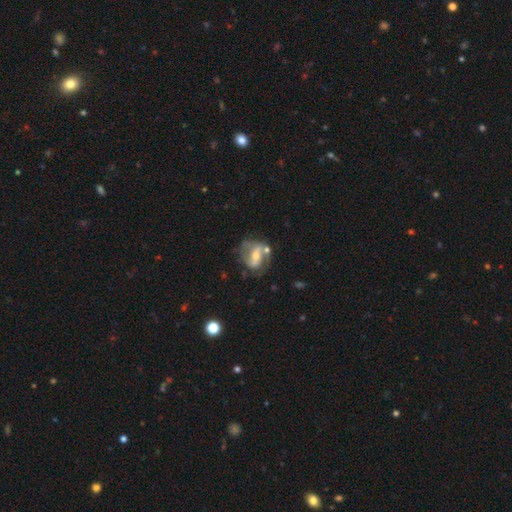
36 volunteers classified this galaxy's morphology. Overall: featured or disk (75%). Edge-on disk: no (96%). Bar: strong (38%, tied with weak). Spiral arms: yes (54%; no 46%). Spiral arm count: 2 (100%). Spiral winding: medium (57%; tight 29%). Bulge size: moderate (62%; small 35%). Merging: none (36%; merger 27%).